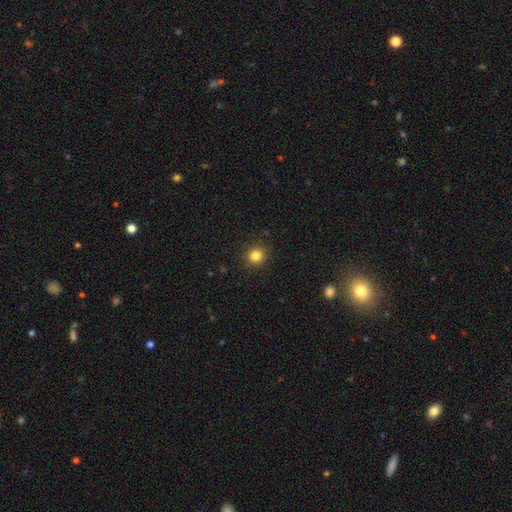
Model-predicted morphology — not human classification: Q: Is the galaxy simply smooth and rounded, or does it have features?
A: smooth — 83%.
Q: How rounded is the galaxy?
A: round — 90%.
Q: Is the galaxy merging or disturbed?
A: none — 91%.